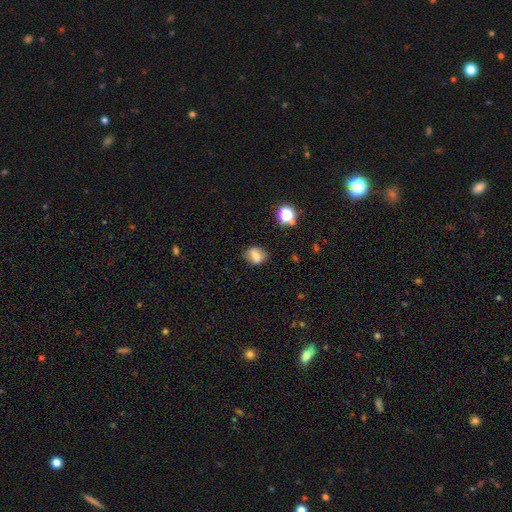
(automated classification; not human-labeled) This appears to be a smooth galaxy with no disk features (64%) that is round (50%). Merging: none (78%).